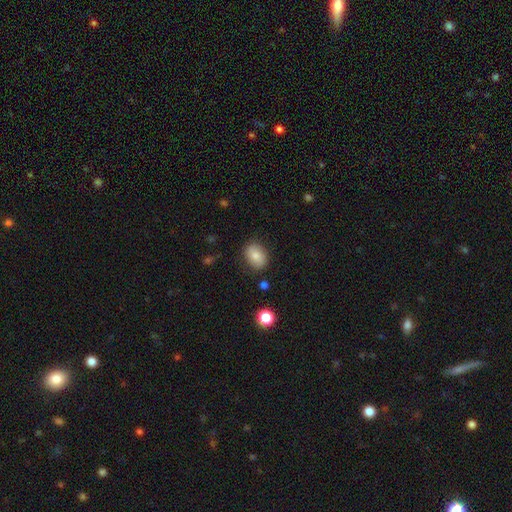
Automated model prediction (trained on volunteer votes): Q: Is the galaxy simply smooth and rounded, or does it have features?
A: smooth — 81%.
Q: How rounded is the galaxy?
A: in between — 73%.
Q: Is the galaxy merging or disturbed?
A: none — 83%.